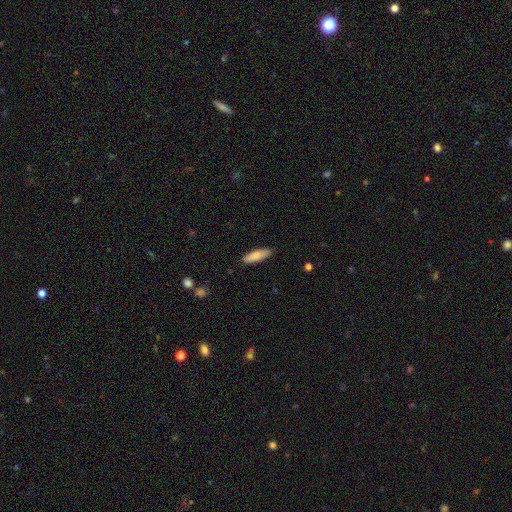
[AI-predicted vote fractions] smooth_or_featured: smooth (p=0.83) [alt: featured or disk p=0.12]
how_rounded: cigar-shaped (p=0.55) [alt: in between p=0.43]
merging: none (p=0.87) [alt: minor disturbance p=0.10]